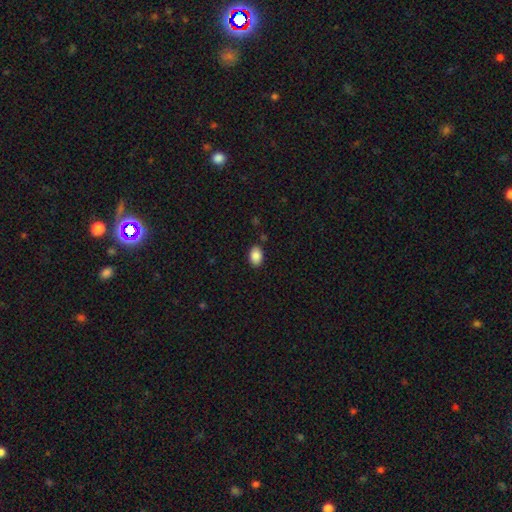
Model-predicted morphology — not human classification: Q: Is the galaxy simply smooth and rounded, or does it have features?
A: smooth — 88%.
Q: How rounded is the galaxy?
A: in between — 86%.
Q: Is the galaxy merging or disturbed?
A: none — 86%.